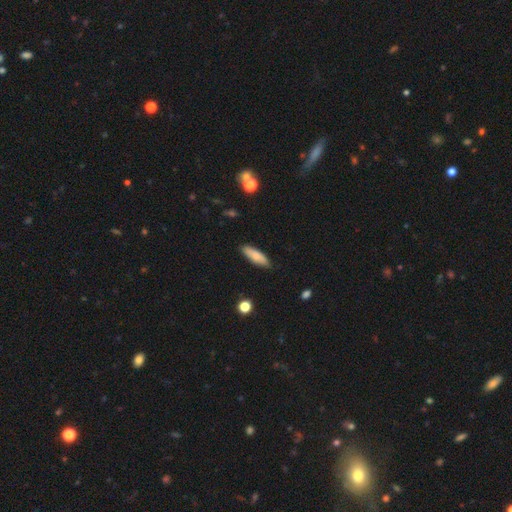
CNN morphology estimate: A smooth galaxy with no disk features (81%) that is cigar-shaped (55%).

Vote fractions:
- Smooth or featured? smooth: 81% / featured or disk: 13% / star or artifact: 7%
- How rounded? cigar-shaped: 55% / in between: 43% / round: 2%
- Merging? none: 87% / minor disturbance: 10% / major disturbance: 2% / merger: 1%